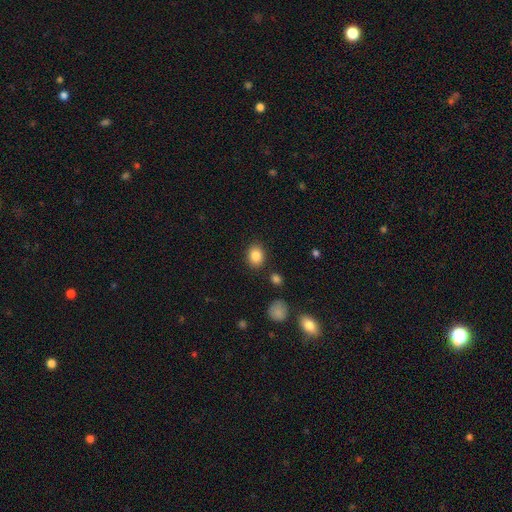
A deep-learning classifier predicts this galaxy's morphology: This is clearly a smooth galaxy (85%). How rounded: possibly in between (51%). Merging: clearly none (86%).